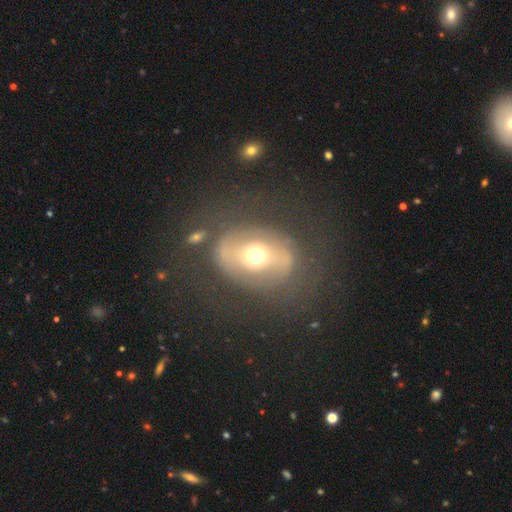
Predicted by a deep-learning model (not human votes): Morphology: type=featured or disk (58%); edge-on=no (94%); bar=no (48%); spiral arms=no (57%); bulge=moderate (69%); merging=none (66%).